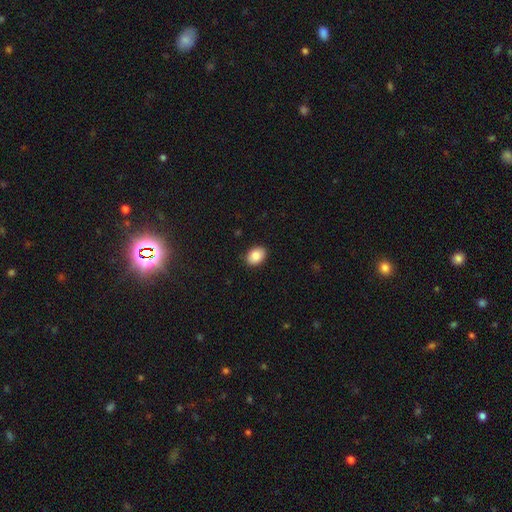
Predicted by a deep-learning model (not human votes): Q: Smooth or featured?
A: smooth (87%); runner-up: star or artifact (8%)
Q: How rounded?
A: in between (73%); runner-up: round (26%)
Q: Merging?
A: none (90%); runner-up: minor disturbance (8%)